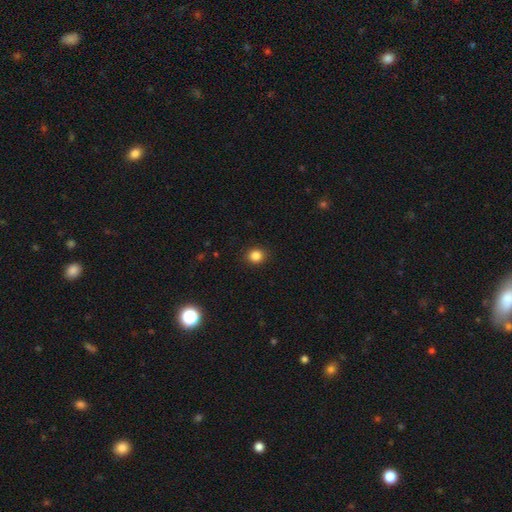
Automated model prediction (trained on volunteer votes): smooth-or-featured: smooth: 85% | star or artifact: 11% | featured or disk: 4%
  how-rounded: round: 77% | in between: 22% | cigar-shaped: 1%
  merging: none: 90% | minor disturbance: 6% | major disturbance: 2% | merger: 1%